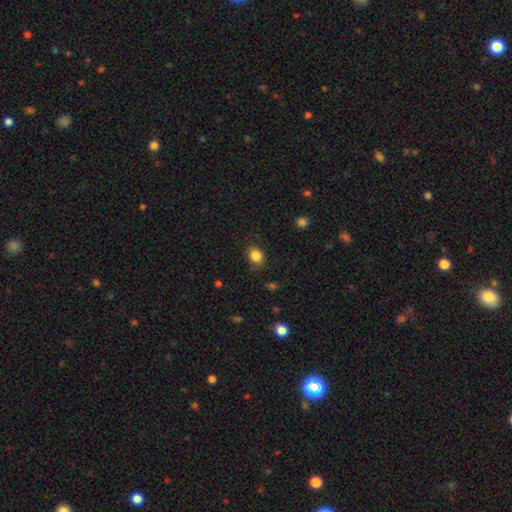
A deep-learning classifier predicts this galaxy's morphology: Smooth or featured? smooth (85%)
How rounded? round (50%)
Merging? none (82%)